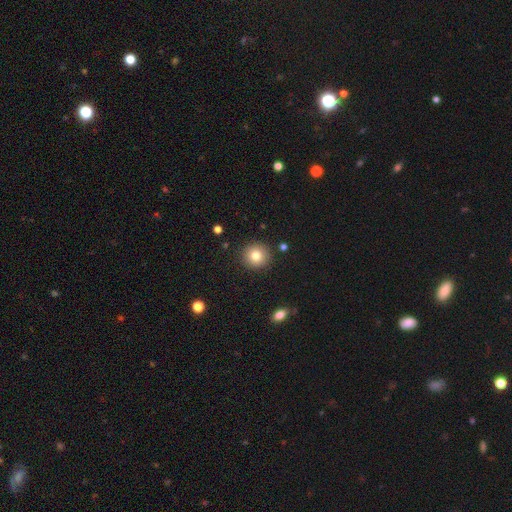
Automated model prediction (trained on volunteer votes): smooth_or_featured: smooth (p=0.81) [alt: star or artifact p=0.11]
how_rounded: round (p=0.93) [alt: in between p=0.06]
merging: none (p=0.90) [alt: minor disturbance p=0.06]